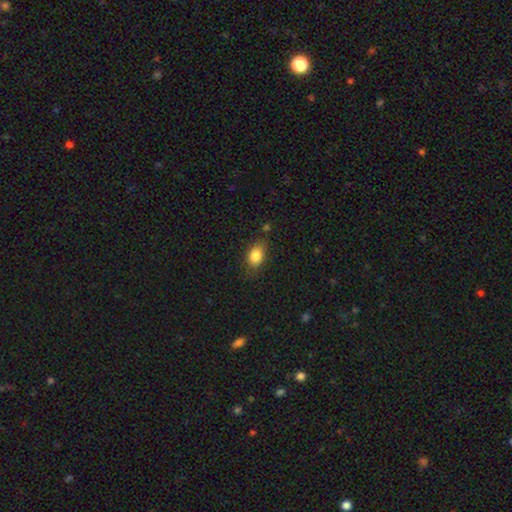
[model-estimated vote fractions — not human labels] smooth 84%, star or artifact 9%, featured or disk 7%. Down the decision tree: how rounded — in between (78%); merging — none (73%).